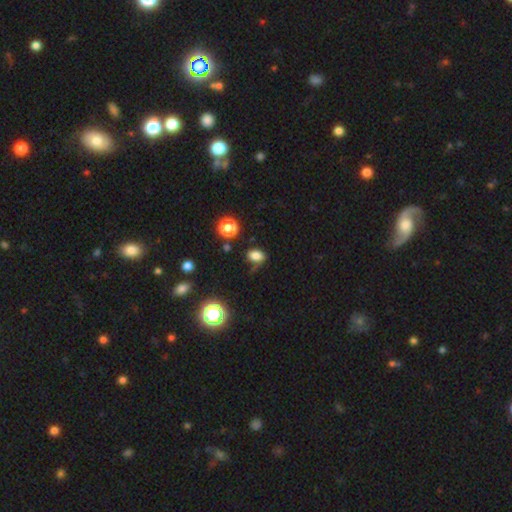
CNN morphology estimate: Smooth or featured: smooth — 79% (star or artifact — 15%)
How rounded: in between — 76% (round — 22%)
Merging: none — 67% (minor disturbance — 22%)